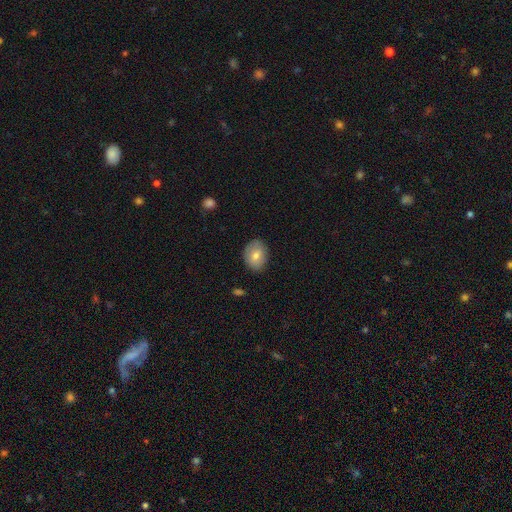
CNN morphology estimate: type=smooth (75%); roundness=in between (63%); merging=none (84%).